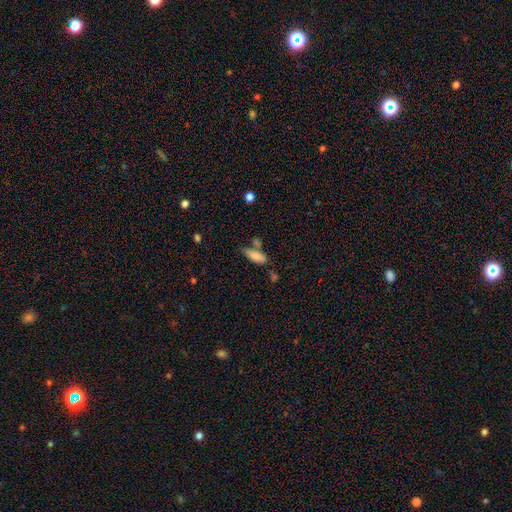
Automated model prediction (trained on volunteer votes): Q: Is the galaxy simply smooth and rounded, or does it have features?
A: smooth — 82%.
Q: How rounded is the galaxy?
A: in between — 73%.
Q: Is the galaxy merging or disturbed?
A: none — 50%.